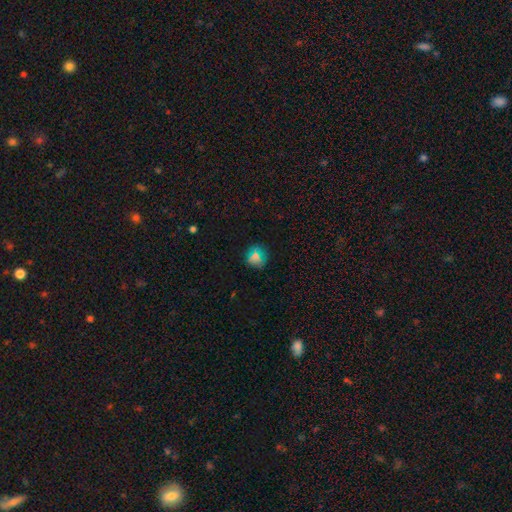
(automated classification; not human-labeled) smooth-or-featured: smooth: 65% | star or artifact: 26% | featured or disk: 9%
  how-rounded: round: 87% | in between: 11% | cigar-shaped: 2%
  merging: none: 82% | minor disturbance: 12% | major disturbance: 4% | merger: 2%